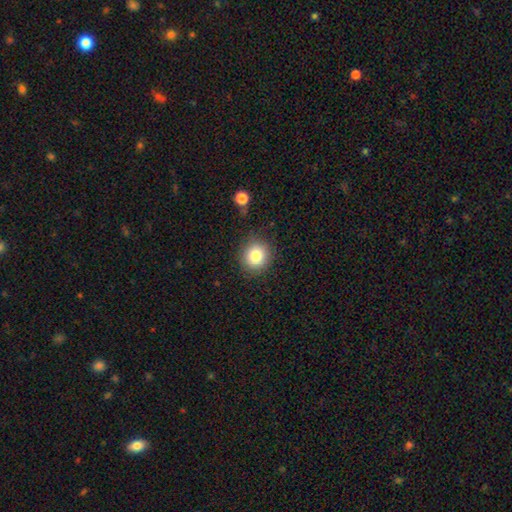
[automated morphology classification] Smooth or featured? Predicted: smooth (p=0.83). How rounded? Predicted: round (p=0.86). Merging? Predicted: none (p=0.84).